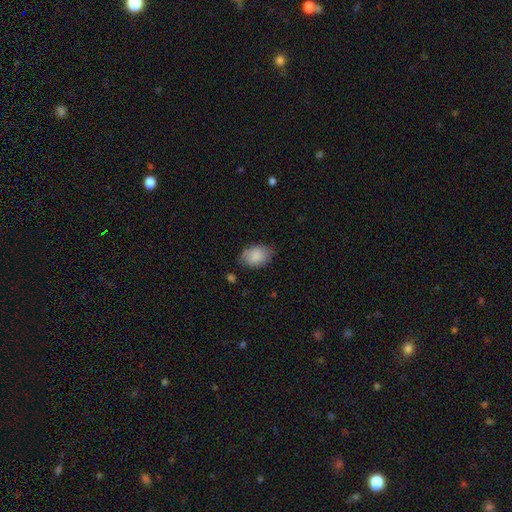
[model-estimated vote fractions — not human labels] Smooth or featured? Predicted: smooth (p=0.86). How rounded? Predicted: in between (p=0.81). Merging? Predicted: none (p=0.71).